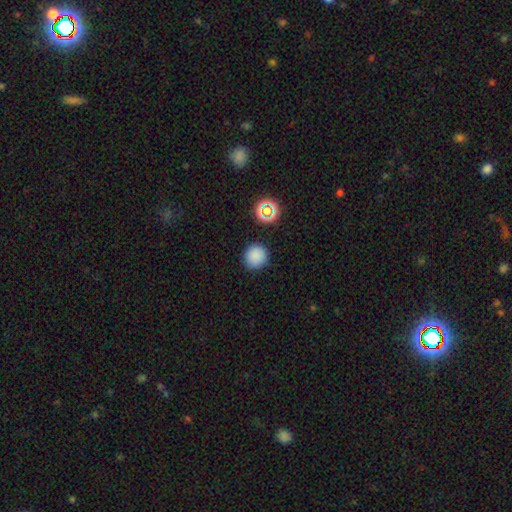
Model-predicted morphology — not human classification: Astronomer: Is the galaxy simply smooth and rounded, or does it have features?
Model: smooth — 82%.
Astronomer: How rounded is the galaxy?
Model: round — 93%.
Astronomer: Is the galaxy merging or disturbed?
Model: none — 89%.